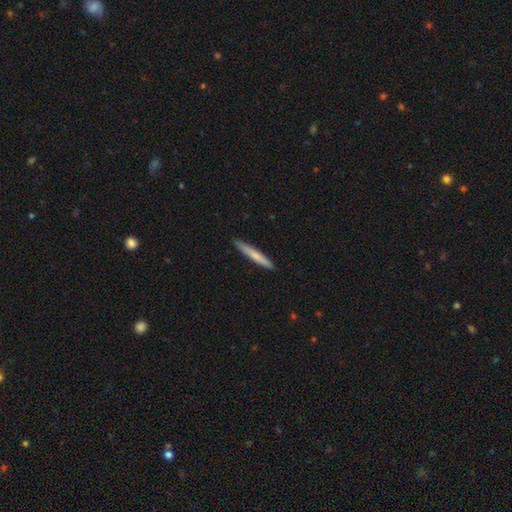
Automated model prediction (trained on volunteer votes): This appears to be a smooth galaxy with no disk features (69%) that is cigar-shaped (96%). Merging: none (91%).